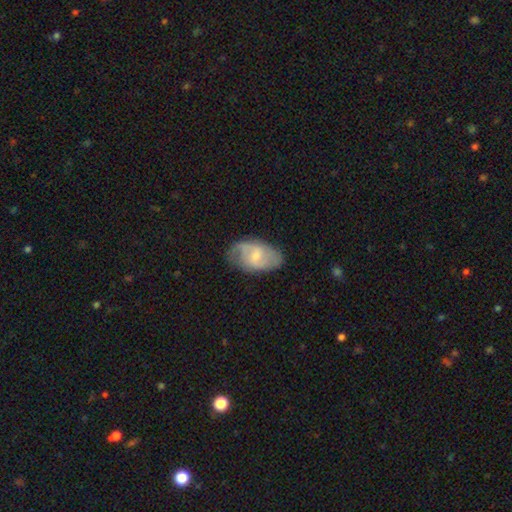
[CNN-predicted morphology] Smooth or featured?
  - featured or disk: 60% *
  - smooth: 34%
  - star or artifact: 6%
Edge-on disk?
  - no: 96% *
  - yes: 4%
Bar?
  - weak: 55% *
  - no: 33%
  - strong: 12%
Spiral arms?
  - yes: 83% *
  - no: 17%
Bulge size?
  - small: 54% *
  - moderate: 34%
  - none: 8%
  - large: 3%
  - dominant: 1%
Merging?
  - none: 67% *
  - minor disturbance: 23%
  - major disturbance: 8%
  - merger: 1%